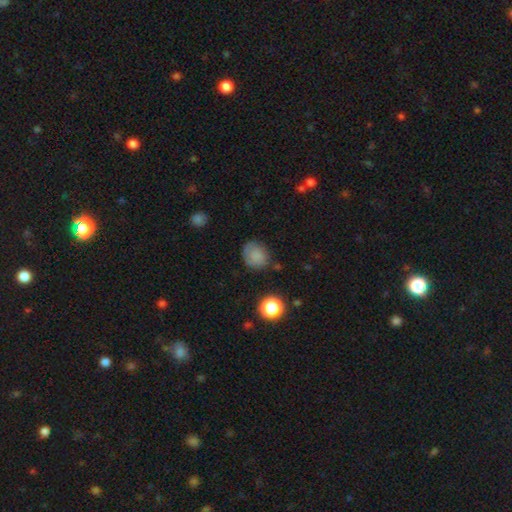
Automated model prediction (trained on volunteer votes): Morphology: type=smooth (77%); roundness=round (59%); merging=none (69%).